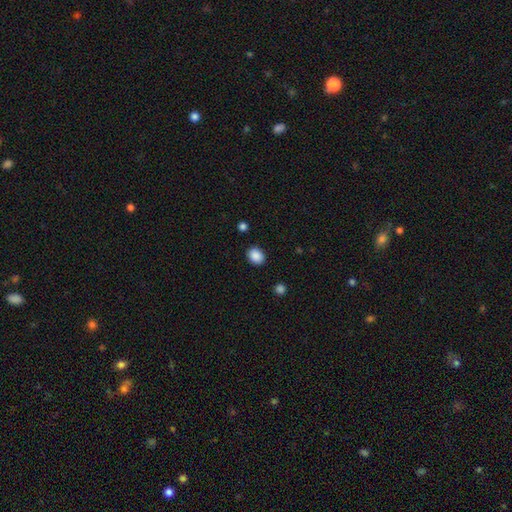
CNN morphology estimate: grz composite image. It shows a smooth galaxy with no disk features (89%) that is in between round and cigar-shaped (56%). Merging: none (88%).